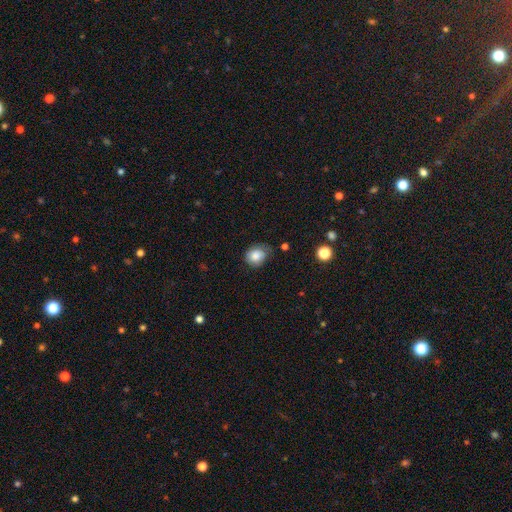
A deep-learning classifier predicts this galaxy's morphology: Smooth or featured: smooth — 84% (star or artifact — 9%)
How rounded: round — 57% (in between — 42%)
Merging: none — 59% (minor disturbance — 31%)